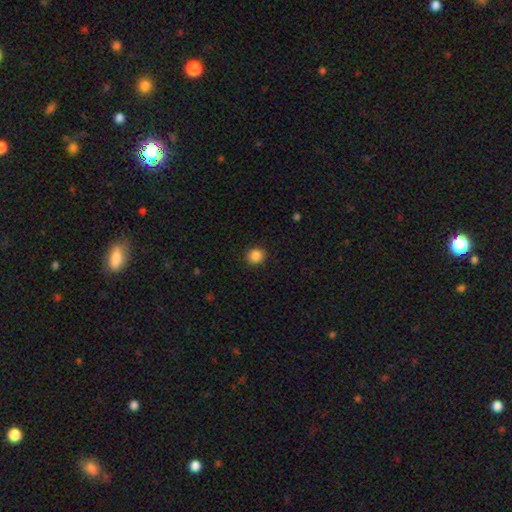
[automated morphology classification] Smooth or featured: smooth — 87% (star or artifact — 10%)
How rounded: round — 87% (in between — 12%)
Merging: none — 91% (minor disturbance — 6%)